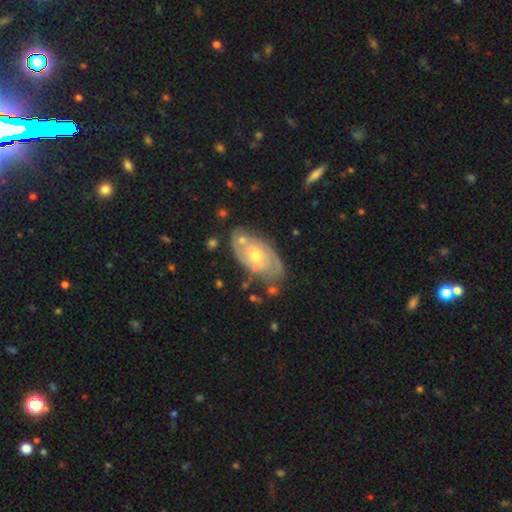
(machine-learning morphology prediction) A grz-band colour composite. It shows a featured or disk galaxy (79%) with no bar (74%), 2 (52%) tight (61%) spiral arms (87%) and a moderate central bulge (49%). Merging: none (64%).